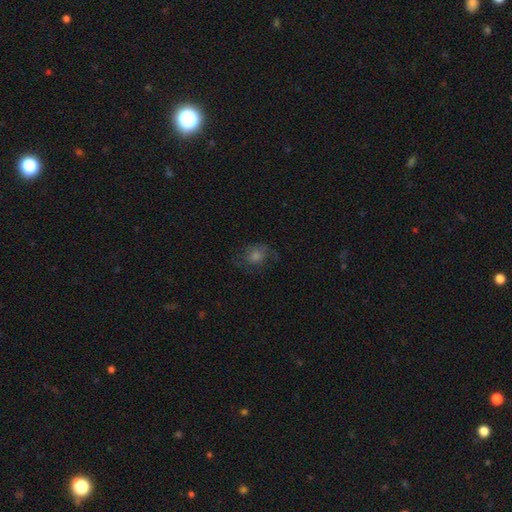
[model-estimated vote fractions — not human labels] This appears to be a smooth galaxy with no disk features (43%). Merging: none (69%).